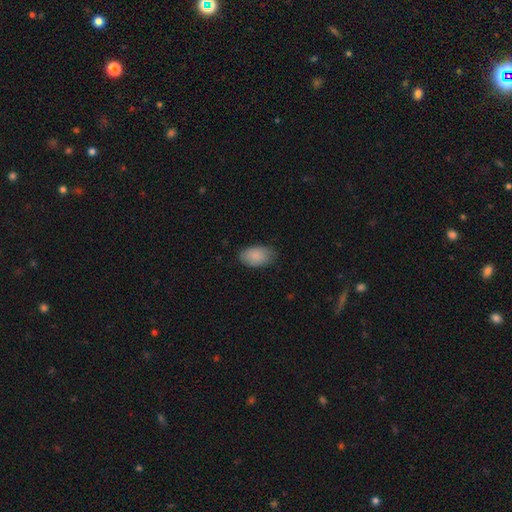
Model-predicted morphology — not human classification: Smooth or featured: smooth — 88% (star or artifact — 6%)
How rounded: in between — 93% (round — 6%)
Merging: none — 76% (minor disturbance — 19%)